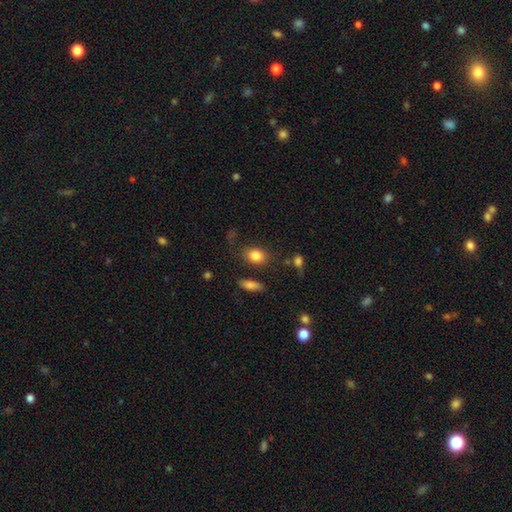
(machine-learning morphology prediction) smooth_or_featured: smooth (p=0.83) [alt: star or artifact p=0.09]
how_rounded: in between (p=0.62) [alt: round p=0.37]
merging: none (p=0.77) [alt: minor disturbance p=0.13]